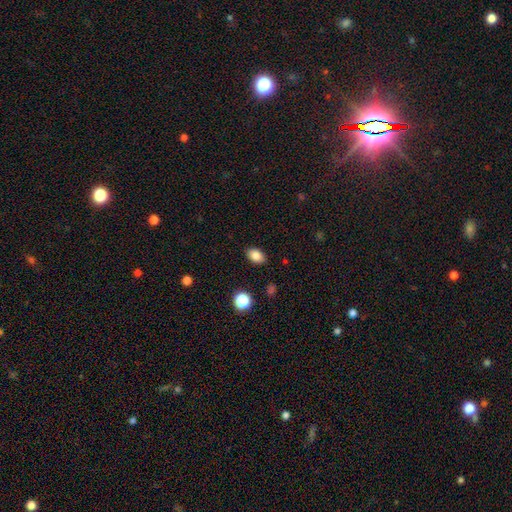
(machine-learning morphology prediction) A smooth galaxy with no disk features (84%) that is in between round and cigar-shaped (83%).

Vote fractions:
- Smooth or featured? smooth: 84% / star or artifact: 10% / featured or disk: 6%
- How rounded? in between: 83% / round: 16% / cigar-shaped: 1%
- Merging? none: 88% / minor disturbance: 9% / major disturbance: 2% / merger: 1%